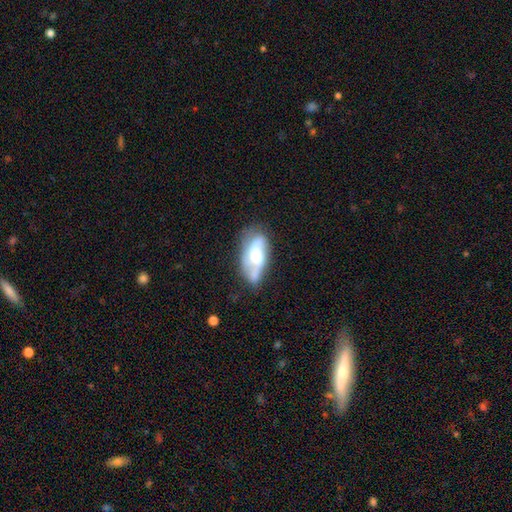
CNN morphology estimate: smooth_or_featured: featured or disk (p=0.53) [alt: smooth p=0.40]
disk_edge_on: no (p=0.87) [alt: yes p=0.13]
merging: none (p=0.44) [alt: minor disturbance p=0.31]